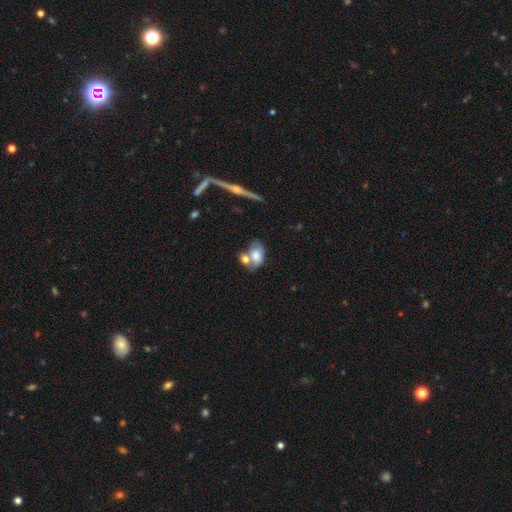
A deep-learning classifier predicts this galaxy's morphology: type=smooth (66%); roundness=in between (85%); merging=merger (45%).